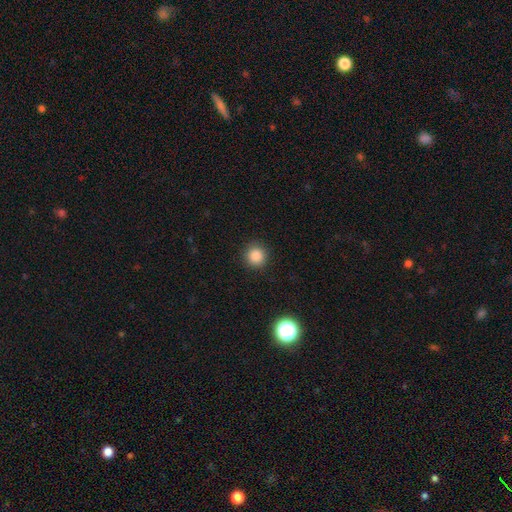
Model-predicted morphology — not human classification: Q: Smooth or featured?
A: smooth (85%); runner-up: star or artifact (11%)
Q: How rounded?
A: round (94%); runner-up: in between (5%)
Q: Merging?
A: none (91%); runner-up: minor disturbance (6%)